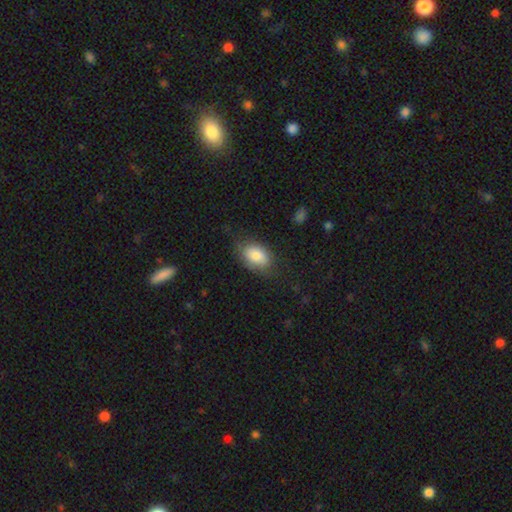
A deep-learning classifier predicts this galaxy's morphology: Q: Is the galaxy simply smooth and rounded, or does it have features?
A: smooth — 80%.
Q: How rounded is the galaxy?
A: in between — 88%.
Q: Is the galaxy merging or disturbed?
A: none — 69%.